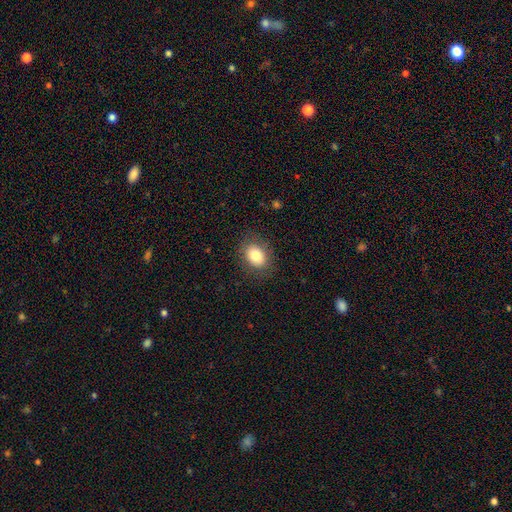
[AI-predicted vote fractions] Smooth or featured?
  - smooth: 81% *
  - featured or disk: 10%
  - star or artifact: 9%
How rounded?
  - in between: 69% *
  - round: 30%
  - cigar-shaped: 1%
Merging?
  - none: 84% *
  - minor disturbance: 11%
  - major disturbance: 4%
  - merger: 1%